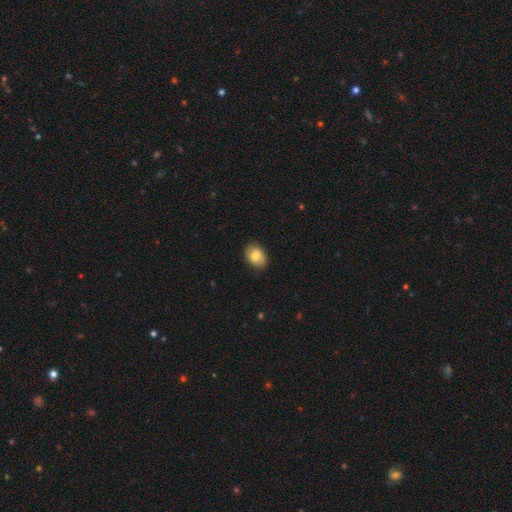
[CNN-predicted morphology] Q: Smooth or featured?
A: smooth (78%); runner-up: featured or disk (15%)
Q: How rounded?
A: in between (72%); runner-up: round (27%)
Q: Merging?
A: none (87%); runner-up: minor disturbance (10%)